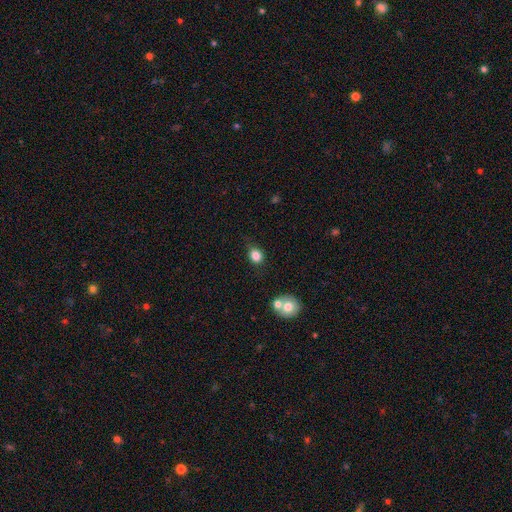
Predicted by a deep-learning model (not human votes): smooth 83%, star or artifact 11%, featured or disk 6%. Down the decision tree: how rounded — round (71%); merging — none (69%).